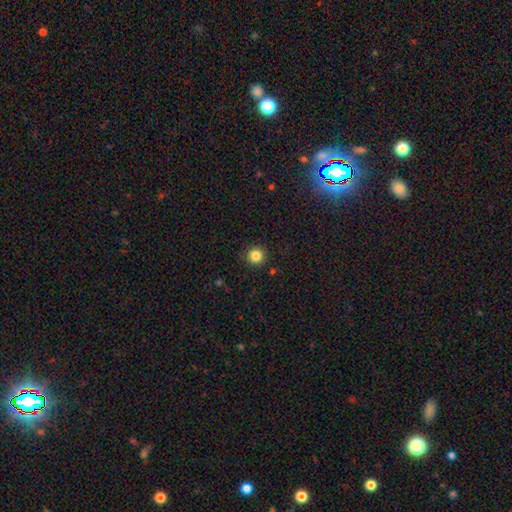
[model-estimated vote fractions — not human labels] Morphology: type=smooth (84%); roundness=round (95%); merging=none (91%).